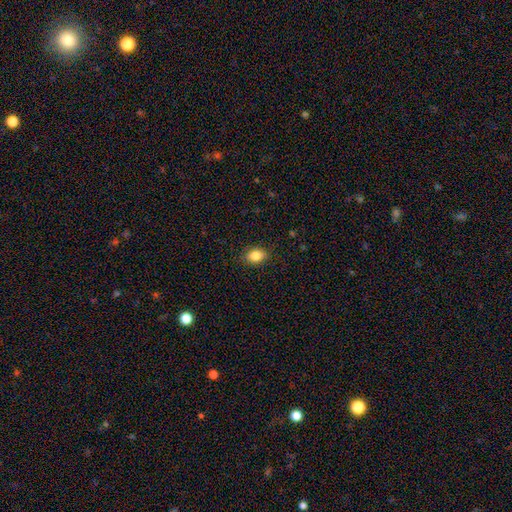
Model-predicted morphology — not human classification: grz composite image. It shows a smooth galaxy with no disk features (85%) that is in between round and cigar-shaped (76%). Merging: none (88%).